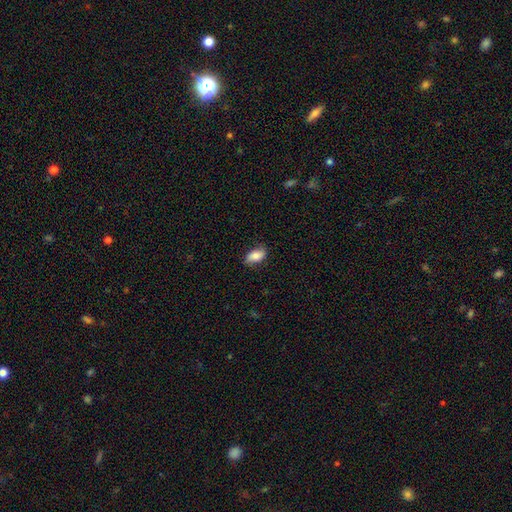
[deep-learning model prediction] Smooth or featured: smooth — 80% (featured or disk — 13%)
How rounded: in between — 92% (round — 5%)
Merging: none — 79% (minor disturbance — 16%)